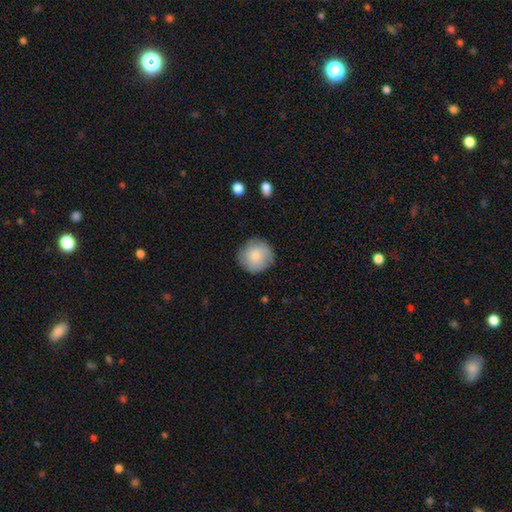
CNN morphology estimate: Q: Smooth or featured?
A: smooth (74%); runner-up: featured or disk (20%)
Q: How rounded?
A: round (93%); runner-up: in between (6%)
Q: Merging?
A: none (81%); runner-up: minor disturbance (15%)